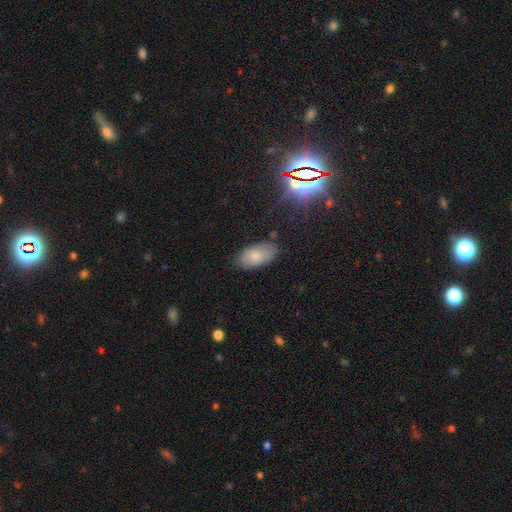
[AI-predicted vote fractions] This appears to be a smooth galaxy with no disk features (78%) that is in between round and cigar-shaped (94%). Merging: none (81%).